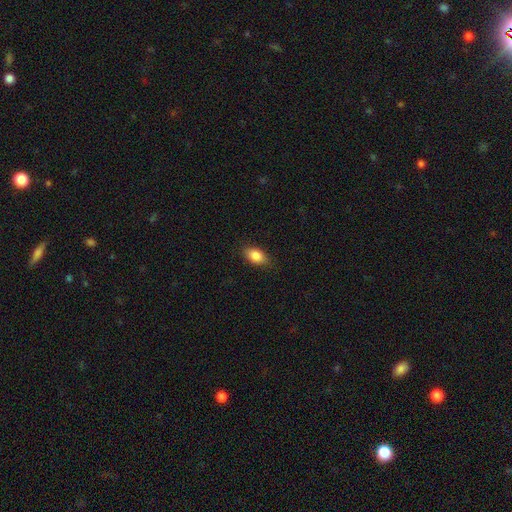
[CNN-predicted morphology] Q: Smooth or featured?
A: smooth (86%); runner-up: star or artifact (8%)
Q: How rounded?
A: in between (89%); runner-up: round (8%)
Q: Merging?
A: none (85%); runner-up: minor disturbance (11%)